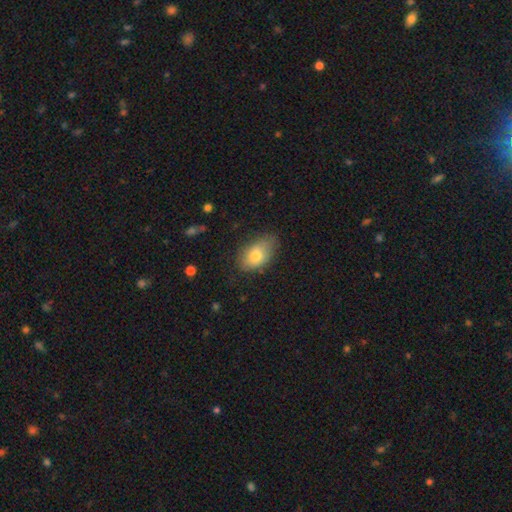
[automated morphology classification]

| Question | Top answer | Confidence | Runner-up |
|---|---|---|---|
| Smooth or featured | smooth | 77% | featured or disk (15%) |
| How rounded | in between | 88% | round (10%) |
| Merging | none | 61% | minor disturbance (30%) |